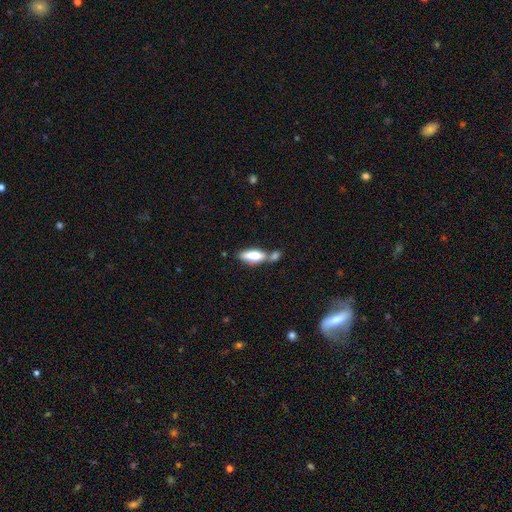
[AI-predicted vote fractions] Q: Smooth or featured?
A: smooth (76%); runner-up: featured or disk (18%)
Q: How rounded?
A: in between (67%); runner-up: cigar-shaped (31%)
Q: Merging?
A: merger (41%); runner-up: none (40%)